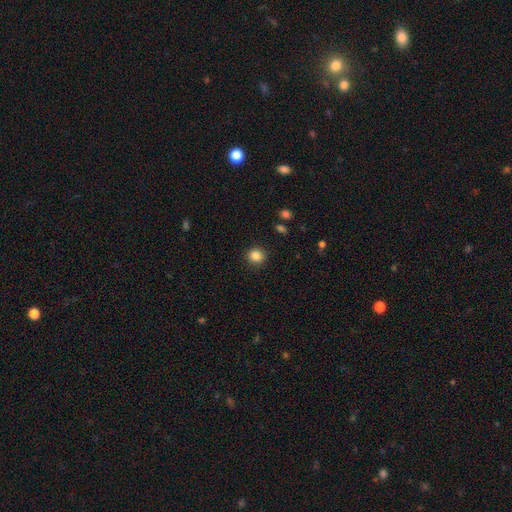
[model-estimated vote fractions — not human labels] Morphology: type=smooth (86%); roundness=round (88%); merging=none (90%).